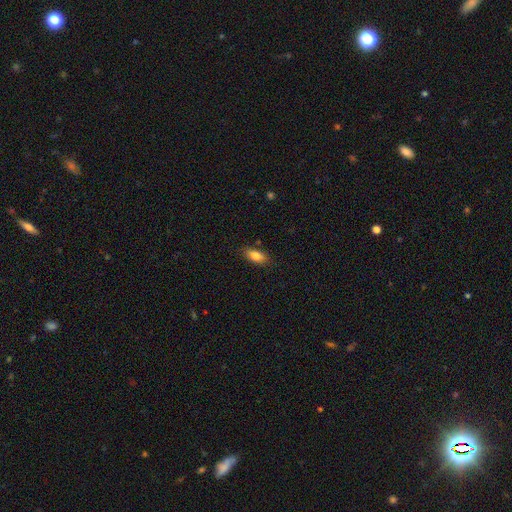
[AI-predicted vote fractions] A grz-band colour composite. It shows a smooth galaxy with no disk features (81%) that is in between round and cigar-shaped (85%). Merging: none (83%).